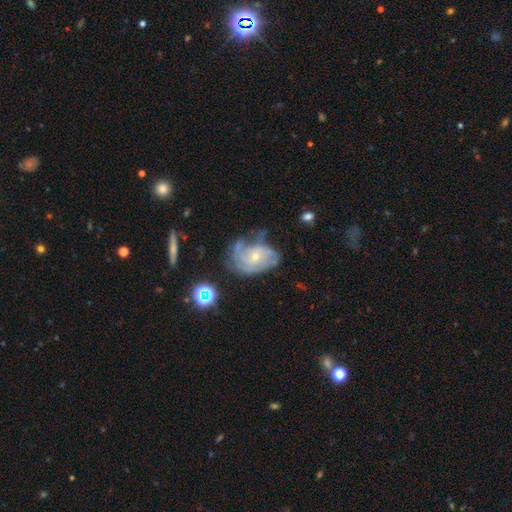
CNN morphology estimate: Smooth or featured?
  - featured or disk: 73% *
  - smooth: 17%
  - star or artifact: 10%
Edge-on disk?
  - no: 96% *
  - yes: 4%
Bar?
  - no: 77% *
  - weak: 19%
  - strong: 4%
Spiral arms?
  - yes: 86% *
  - no: 14%
Spiral winding?
  - tight: 52% *
  - medium: 33%
  - loose: 15%
Spiral arm count?
  - can't tell: 42% *
  - 3: 20%
  - 2: 19%
  - 4: 9%
  - 1: 6%
  - more than 4: 4%
Bulge size?
  - small: 65% *
  - moderate: 32%
  - none: 1%
  - large: 1%
  - dominant: 1%
Merging?
  - none: 44% *
  - minor disturbance: 28%
  - major disturbance: 22%
  - merger: 5%